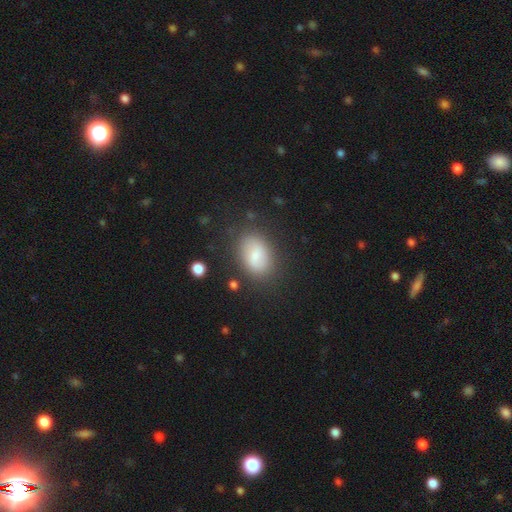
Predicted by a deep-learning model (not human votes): A smooth galaxy with no disk features (74%) that is in between round and cigar-shaped (80%).

Vote fractions:
- Smooth or featured? smooth: 74% / featured or disk: 18% / star or artifact: 8%
- How rounded? in between: 80% / round: 18% / cigar-shaped: 1%
- Merging? none: 78% / minor disturbance: 14% / major disturbance: 5% / merger: 3%